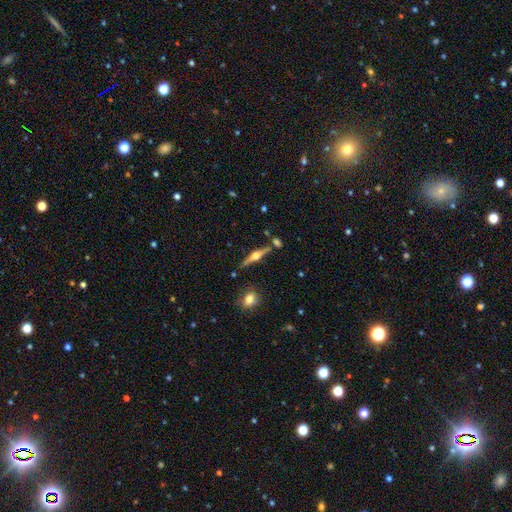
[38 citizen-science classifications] Smooth or featured: featured or disk — 87% (smooth — 13%)
Edge-on disk: yes — 100%
Edge-on bulge: rounded — 100%
Merging: none — 79% (minor disturbance — 18%)